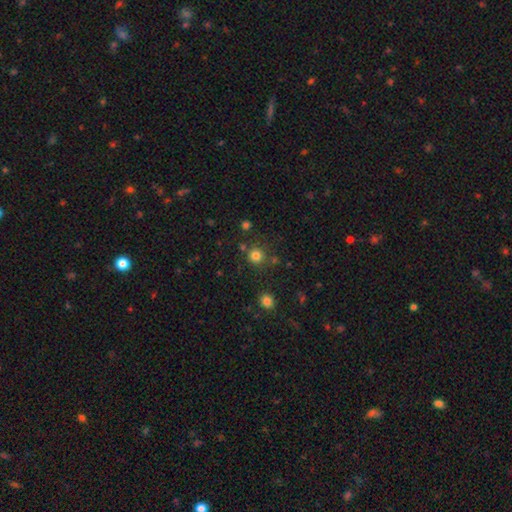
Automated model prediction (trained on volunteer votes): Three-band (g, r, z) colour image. It shows a smooth galaxy with no disk features (79%) that is round (93%). Merging: none (81%).